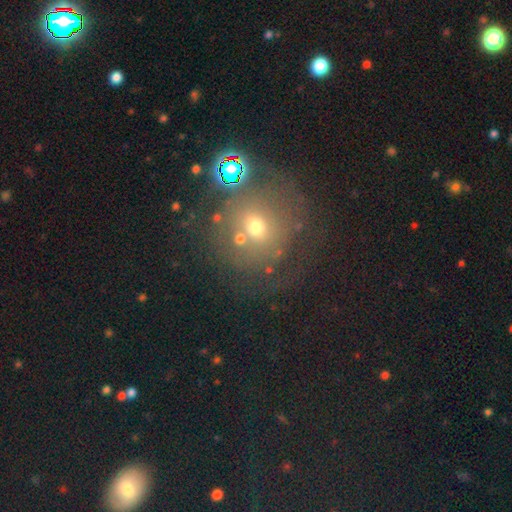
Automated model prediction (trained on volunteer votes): smooth-or-featured: star or artifact: 45% | smooth: 43% | featured or disk: 12%